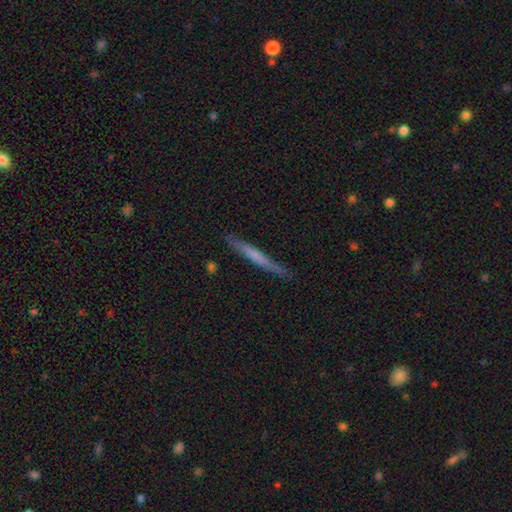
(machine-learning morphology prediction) A smooth galaxy with no disk features (50%) that is cigar-shaped (96%).

Vote fractions:
- Smooth or featured? smooth: 50% / featured or disk: 44% / star or artifact: 6%
- How rounded? cigar-shaped: 96% / in between: 2% / round: 1%
- Merging? none: 87% / minor disturbance: 9% / major disturbance: 2% / merger: 1%